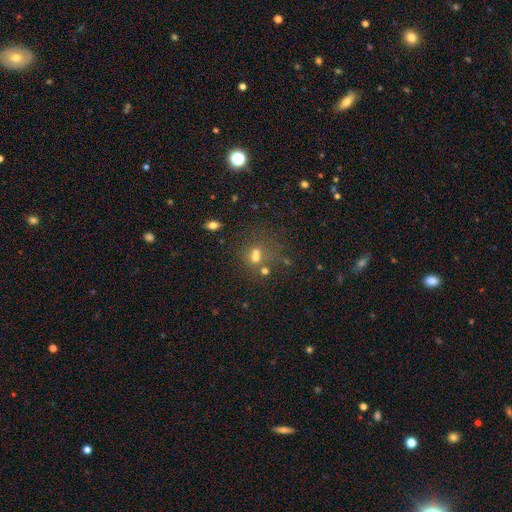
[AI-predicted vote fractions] This is possibly a smooth galaxy (54%). How rounded: likely round (70%). Merging: marginally merger (45%).